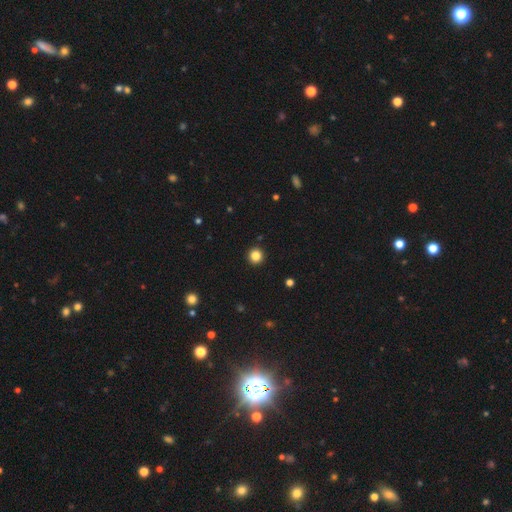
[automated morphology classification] smooth 85%, star or artifact 12%, featured or disk 4%. Down the decision tree: how rounded — round (95%); merging — none (93%).